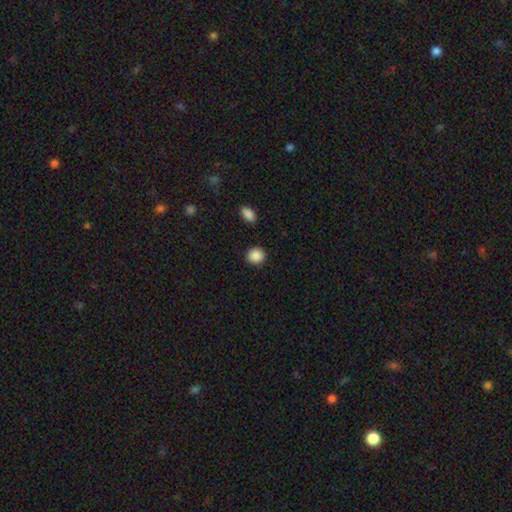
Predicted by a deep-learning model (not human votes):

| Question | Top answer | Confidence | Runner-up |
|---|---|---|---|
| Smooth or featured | smooth | 89% | star or artifact (8%) |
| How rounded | round | 83% | in between (16%) |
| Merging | none | 90% | minor disturbance (6%) |